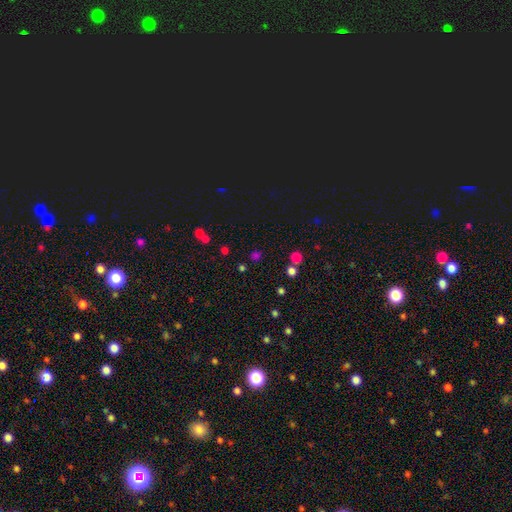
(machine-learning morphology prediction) A smooth galaxy with no disk features (58%) that is round (82%).

Vote fractions:
- Smooth or featured? smooth: 58% / star or artifact: 36% / featured or disk: 6%
- How rounded? round: 82% / in between: 16% / cigar-shaped: 1%
- Merging? none: 75% / merger: 12% / minor disturbance: 9% / major disturbance: 4%